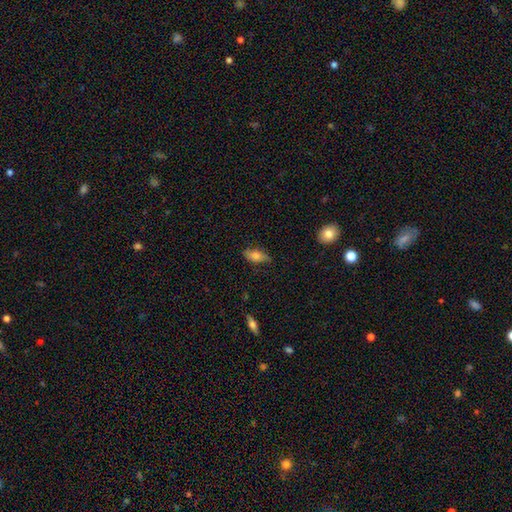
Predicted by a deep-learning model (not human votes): The model was most divided on "merging": none: 69%, minor disturbance: 25%, major disturbance: 5%, merger: 1%. More confident: how rounded — in between (85%); smooth or featured — smooth (70%).